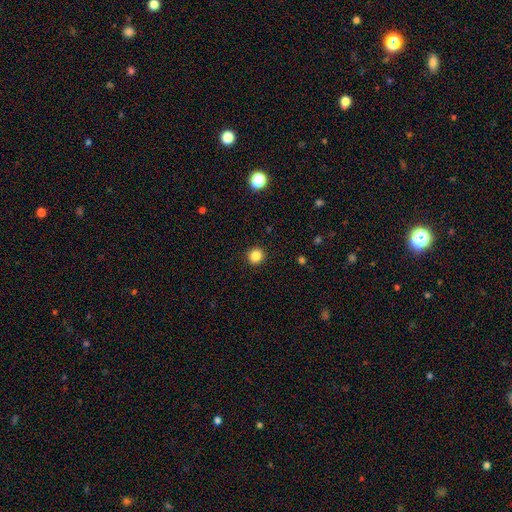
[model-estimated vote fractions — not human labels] Overall: smooth (85%). How rounded: round (92%). Merging: none (92%).